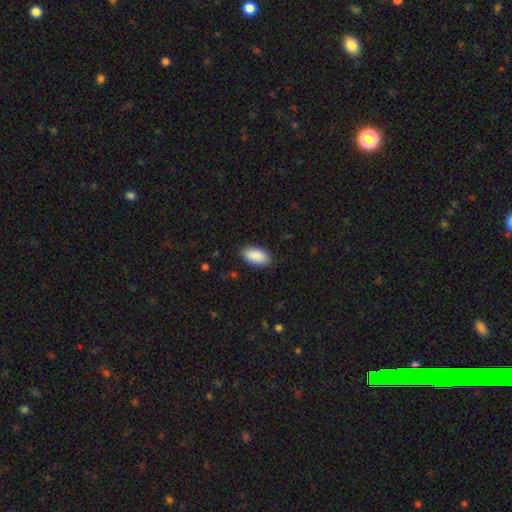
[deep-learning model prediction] Morphology: type=smooth (91%); roundness=in between (95%); merging=none (87%).